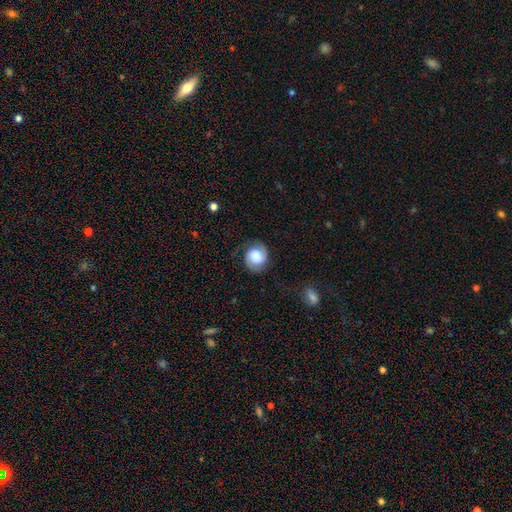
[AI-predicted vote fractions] Smooth or featured? Predicted: smooth (p=0.48). Merging? Predicted: none (p=0.74).